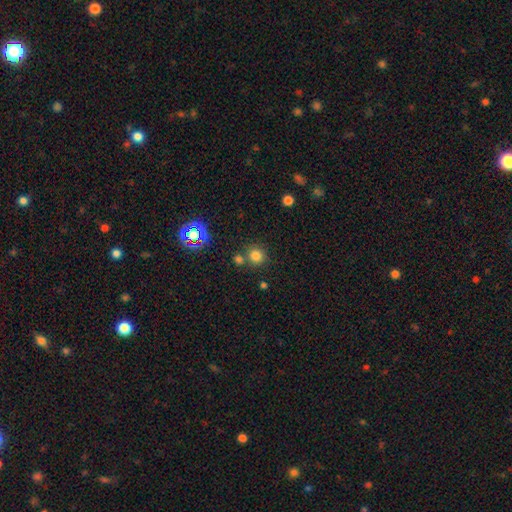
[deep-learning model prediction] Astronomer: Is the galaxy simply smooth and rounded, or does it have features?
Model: smooth — 76%.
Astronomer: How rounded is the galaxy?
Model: round — 91%.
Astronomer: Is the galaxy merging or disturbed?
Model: none — 70%.